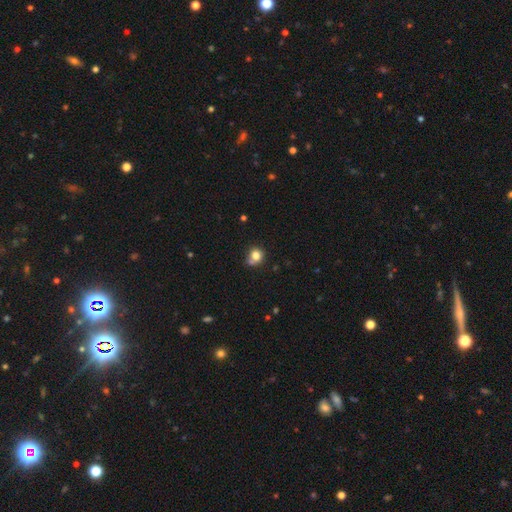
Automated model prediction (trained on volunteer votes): This appears to be a smooth galaxy with no disk features (79%) that is round (81%). Merging: none (58%).